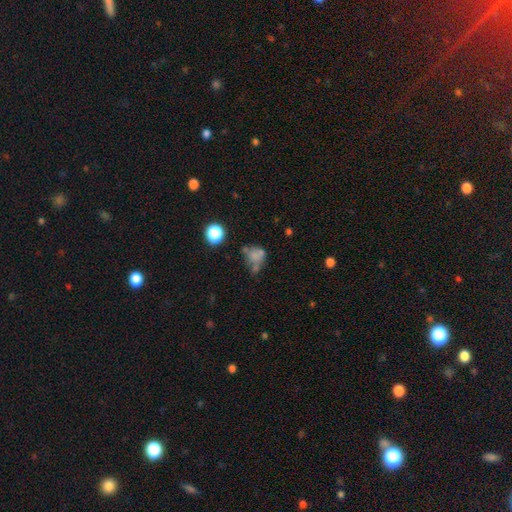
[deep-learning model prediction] Smooth or featured: smooth — 61% (featured or disk — 22%)
How rounded: round — 57% (in between — 41%)
Merging: none — 34% (merger — 27%)